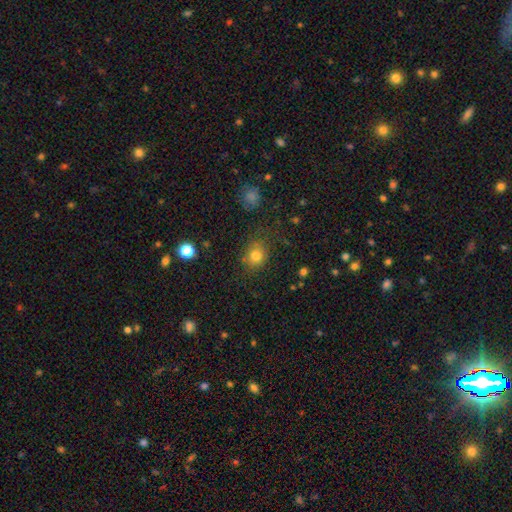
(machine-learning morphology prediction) Smooth or featured: smooth — 80% (star or artifact — 13%)
How rounded: round — 73% (in between — 26%)
Merging: none — 75% (minor disturbance — 15%)